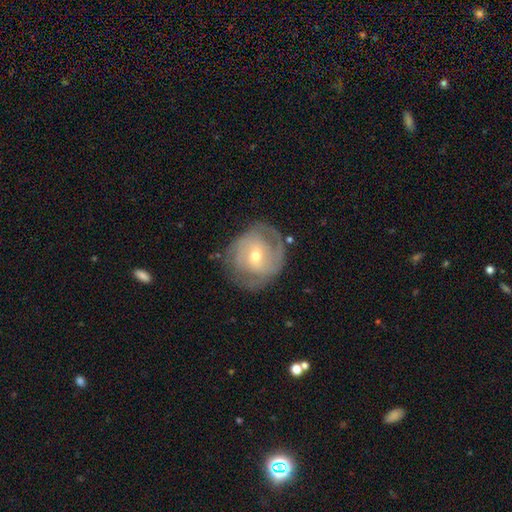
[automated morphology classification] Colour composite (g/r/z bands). It shows a featured or disk galaxy (74%) with no bar (45%), 2 (52%) tight (51%) spiral arms (85%) and a moderate central bulge (55%). Merging: none (71%).